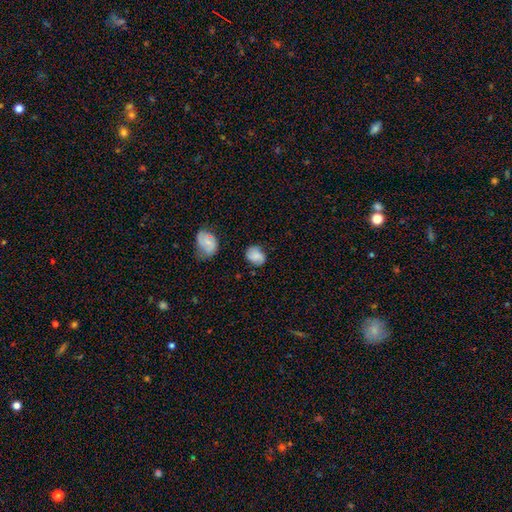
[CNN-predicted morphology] smooth-or-featured: smooth: 70% | featured or disk: 21% | star or artifact: 9%
  how-rounded: in between: 52% | round: 46% | cigar-shaped: 1%
  merging: none: 70% | minor disturbance: 21% | major disturbance: 6% | merger: 3%